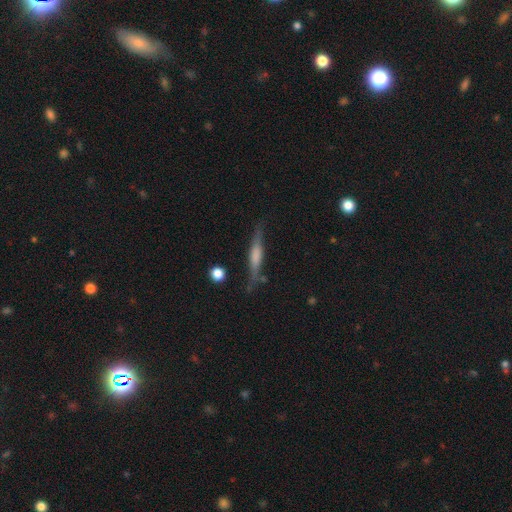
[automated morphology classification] A featured or disk galaxy (65%) viewed edge-on (91%) with a rounded central bulge (68%). Merging: none (79%).